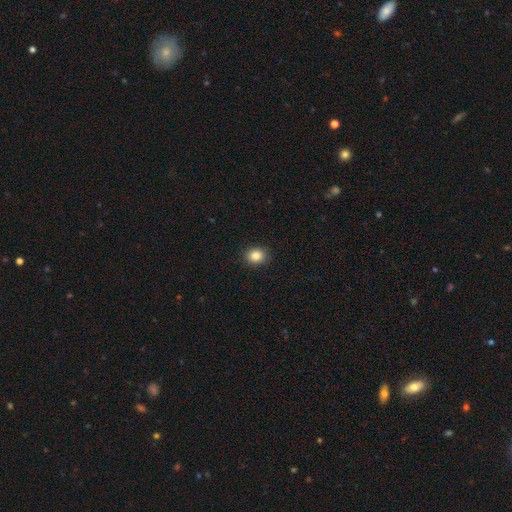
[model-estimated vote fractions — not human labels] Q: Smooth or featured?
A: smooth (85%); runner-up: star or artifact (10%)
Q: How rounded?
A: round (68%); runner-up: in between (31%)
Q: Merging?
A: none (91%); runner-up: minor disturbance (6%)